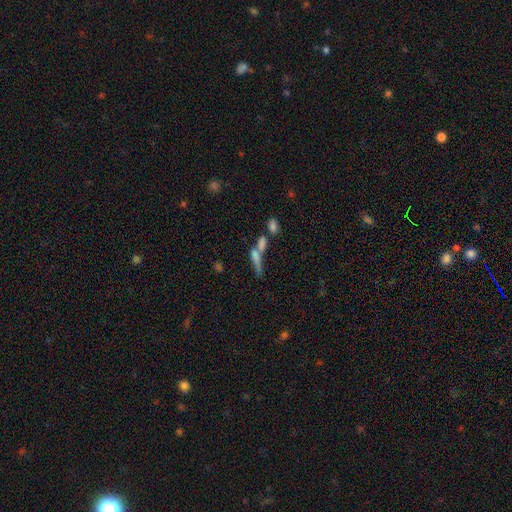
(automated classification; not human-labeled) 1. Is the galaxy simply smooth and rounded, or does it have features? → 58% smooth, 29% featured or disk, 13% star or artifact.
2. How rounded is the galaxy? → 64% cigar-shaped, 30% in between, 6% round.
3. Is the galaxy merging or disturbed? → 51% merger, 27% none, 11% minor disturbance, 11% major disturbance.